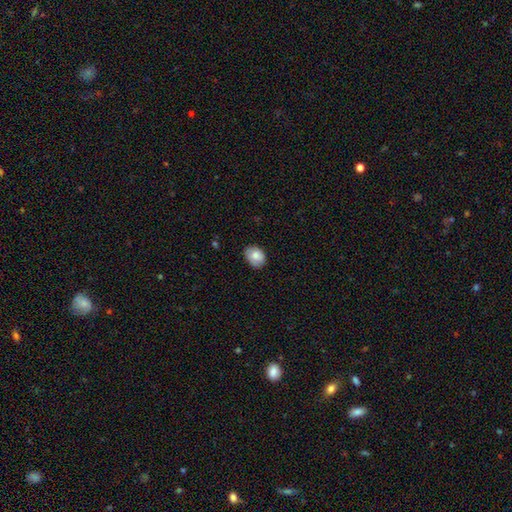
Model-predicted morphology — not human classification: Smooth or featured?
  - smooth: 79% *
  - featured or disk: 13%
  - star or artifact: 7%
How rounded?
  - in between: 65% *
  - round: 34%
  - cigar-shaped: 1%
Merging?
  - none: 80% *
  - minor disturbance: 16%
  - major disturbance: 3%
  - merger: 1%